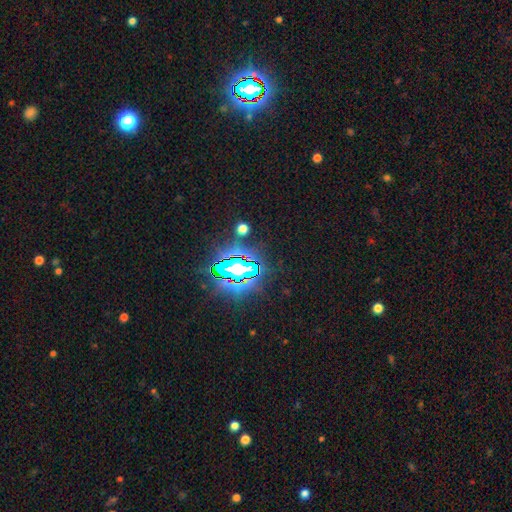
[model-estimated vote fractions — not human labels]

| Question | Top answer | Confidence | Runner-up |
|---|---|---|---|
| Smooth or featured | star or artifact | 86% | smooth (8%) |